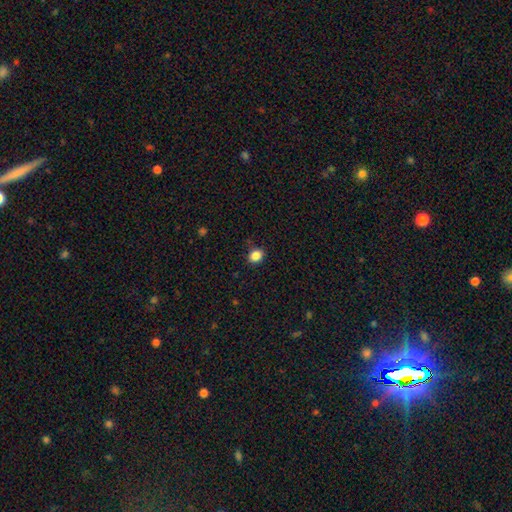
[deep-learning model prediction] Morphology: type=smooth (86%); roundness=round (54%); merging=none (86%).